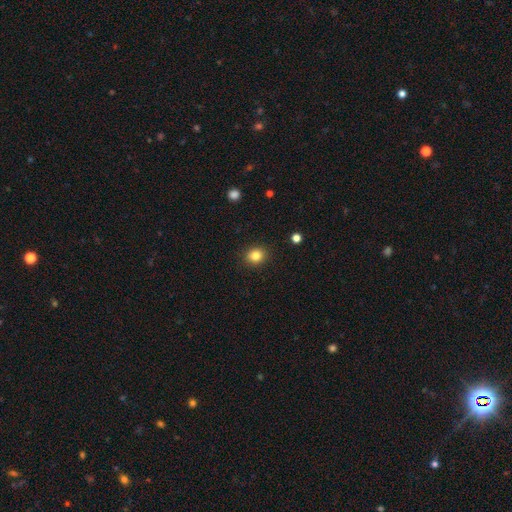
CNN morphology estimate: smooth_or_featured: smooth (p=0.83) [alt: star or artifact p=0.11]
how_rounded: round (p=0.74) [alt: in between p=0.25]
merging: none (p=0.90) [alt: minor disturbance p=0.07]